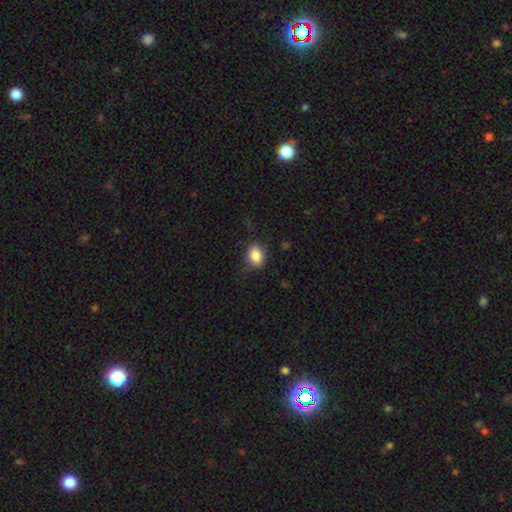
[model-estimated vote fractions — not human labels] A smooth galaxy with no disk features (84%) that is in between round and cigar-shaped (71%). Merging: none (78%).